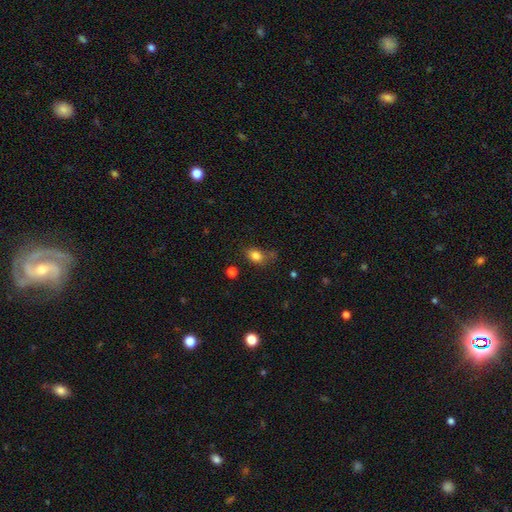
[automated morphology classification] The model was most divided on "merging": none: 62%, minor disturbance: 23%, merger: 8%, major disturbance: 7%. More confident: smooth or featured — smooth (81%); how rounded — in between (72%).